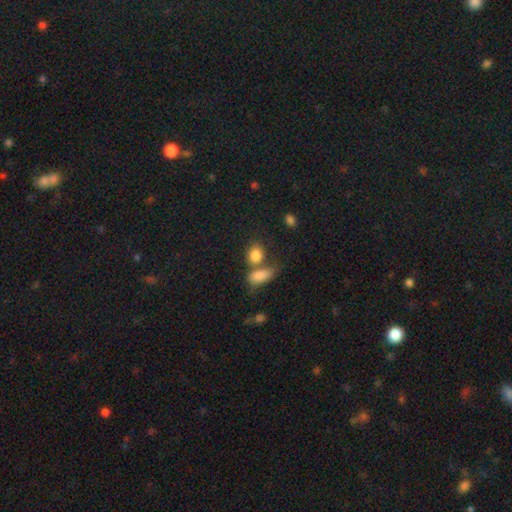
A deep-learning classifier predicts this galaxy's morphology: The model was most divided on "merging": merger: 44%, none: 40%, minor disturbance: 11%, major disturbance: 6%. More confident: smooth or featured — smooth (84%); how rounded — in between (62%).